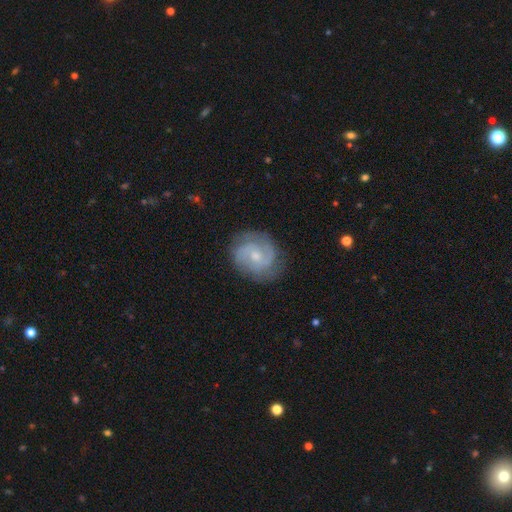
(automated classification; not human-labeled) Smooth or featured?
  - featured or disk: 80% *
  - smooth: 14%
  - star or artifact: 6%
Edge-on disk?
  - no: 98% *
  - yes: 2%
Bar?
  - no: 57% *
  - weak: 37%
  - strong: 5%
Spiral arms?
  - yes: 95% *
  - no: 5%
Spiral winding?
  - medium: 44% * (tied)
  - tight: 44% * (tied)
  - loose: 12%
Spiral arm count?
  - 2: 73% *
  - can't tell: 12%
  - 3: 8%
  - 1: 3%
  - 4: 2%
  - more than 4: 2%
Bulge size?
  - small: 52% *
  - moderate: 44%
  - none: 2%
  - large: 2%
  - dominant: 1%
Merging?
  - none: 78% *
  - minor disturbance: 16%
  - major disturbance: 5%
  - merger: 1%